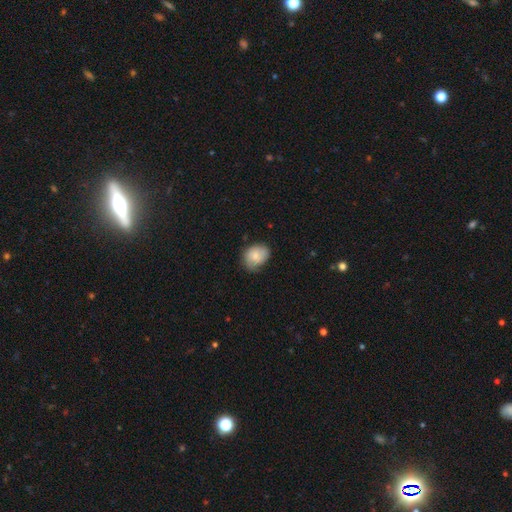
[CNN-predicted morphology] This is likely a smooth galaxy (75%). How rounded: possibly in between (57%). Merging: likely none (61%).